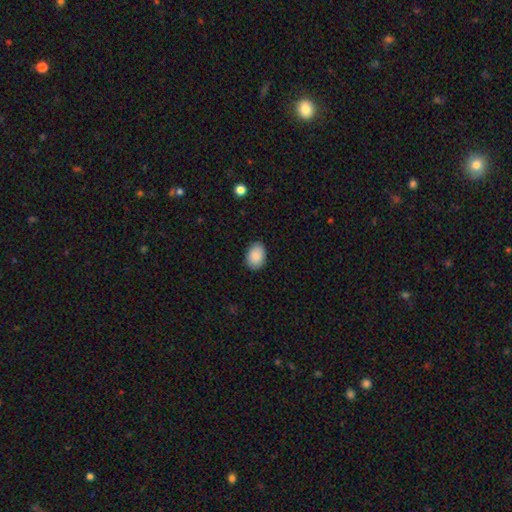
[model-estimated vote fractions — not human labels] smooth-or-featured: smooth: 89% | star or artifact: 7% | featured or disk: 4%
  how-rounded: in between: 81% | round: 18% | cigar-shaped: 1%
  merging: none: 87% | minor disturbance: 10% | major disturbance: 2% | merger: 1%